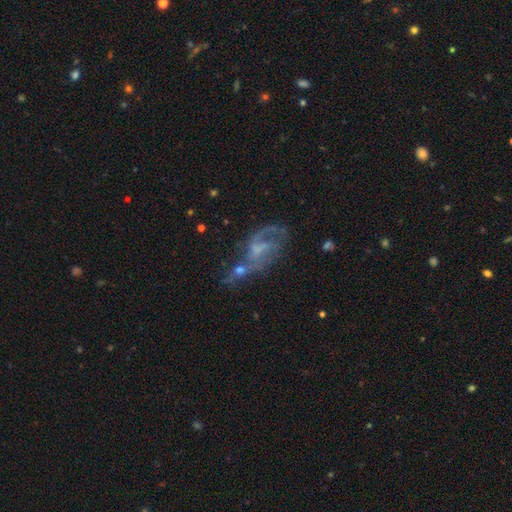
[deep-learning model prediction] Q: Smooth or featured?
A: featured or disk (70%); runner-up: smooth (15%)
Q: Edge-on disk?
A: no (94%); runner-up: yes (6%)
Q: Bar?
A: no (47%); runner-up: weak (42%)
Q: Spiral arms?
A: yes (80%); runner-up: no (20%)
Q: Spiral winding?
A: medium (44%); runner-up: loose (32%)
Q: Spiral arm count?
A: 2 (62%); runner-up: can't tell (19%)
Q: Bulge size?
A: small (52%); runner-up: moderate (28%)
Q: Merging?
A: none (40%); runner-up: merger (28%)